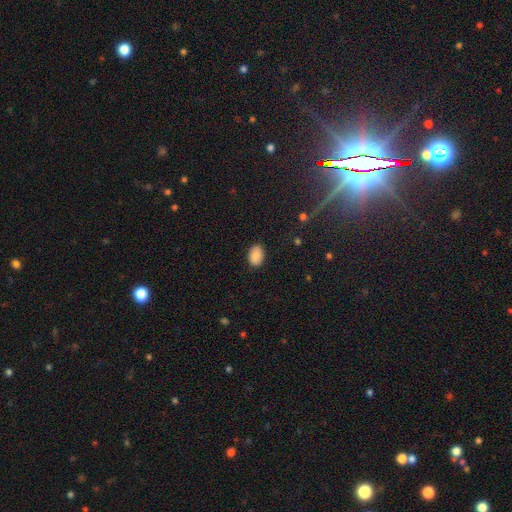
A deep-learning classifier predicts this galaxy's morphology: Smooth or featured? smooth (88%)
How rounded? in between (87%)
Merging? none (87%)